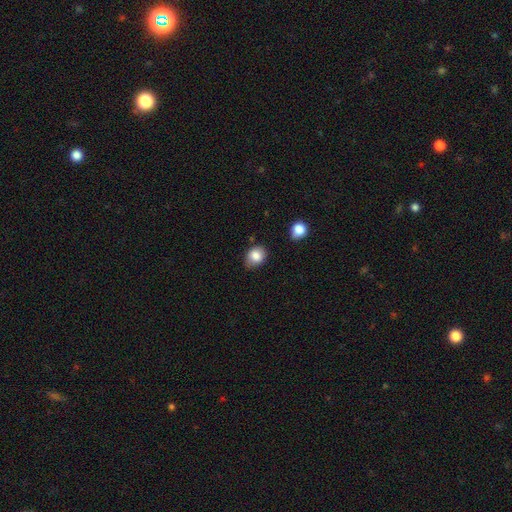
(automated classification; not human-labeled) This appears to be a smooth galaxy with no disk features (84%) that is round (52%). Merging: none (67%).